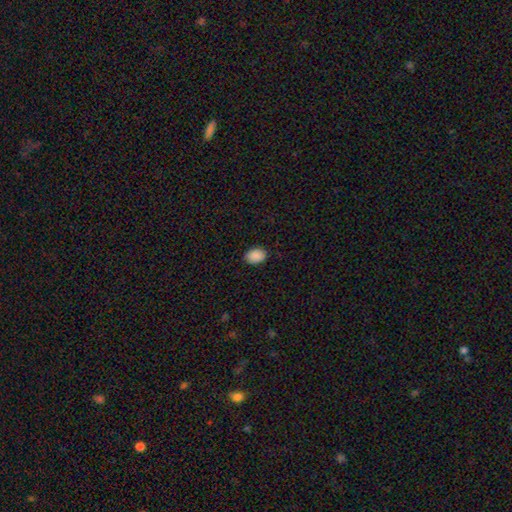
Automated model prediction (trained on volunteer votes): Smooth or featured?
  - smooth: 89% *
  - star or artifact: 8%
  - featured or disk: 3%
How rounded?
  - in between: 76% *
  - round: 23%
  - cigar-shaped: 1%
Merging?
  - none: 87% *
  - minor disturbance: 10%
  - major disturbance: 2%
  - merger: 1%